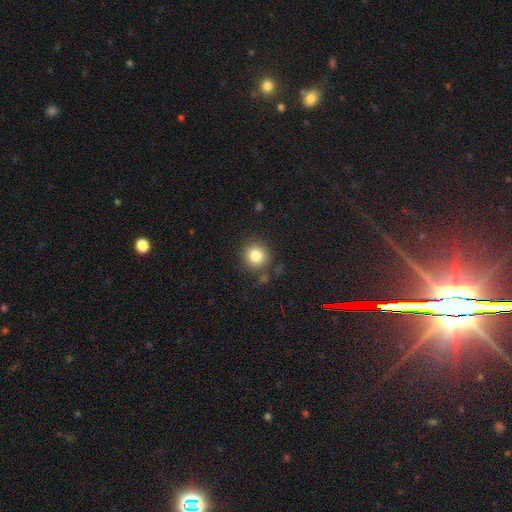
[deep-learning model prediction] This is clearly a smooth galaxy (83%). How rounded: clearly round (91%). Merging: clearly none (83%).